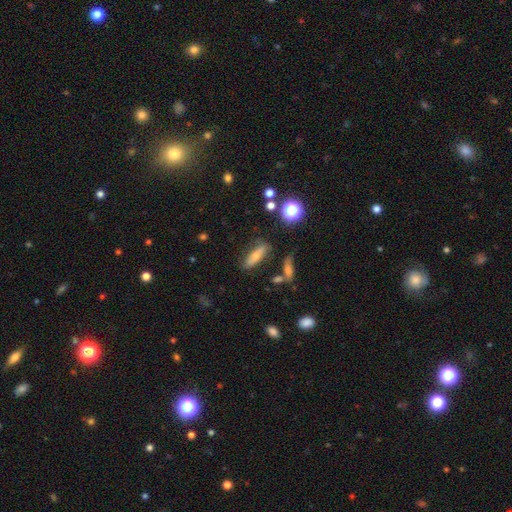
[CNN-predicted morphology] Smooth or featured?
  - smooth: 51% *
  - featured or disk: 35%
  - star or artifact: 14%
How rounded?
  - cigar-shaped: 53% *
  - in between: 41%
  - round: 5%
Merging?
  - none: 73% *
  - minor disturbance: 15%
  - merger: 7%
  - major disturbance: 5%